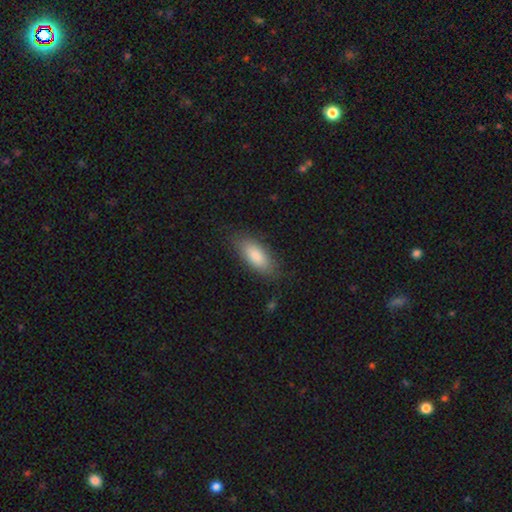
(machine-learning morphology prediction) A smooth galaxy with no disk features (85%) that is in between round and cigar-shaped (82%). Merging: none (81%).